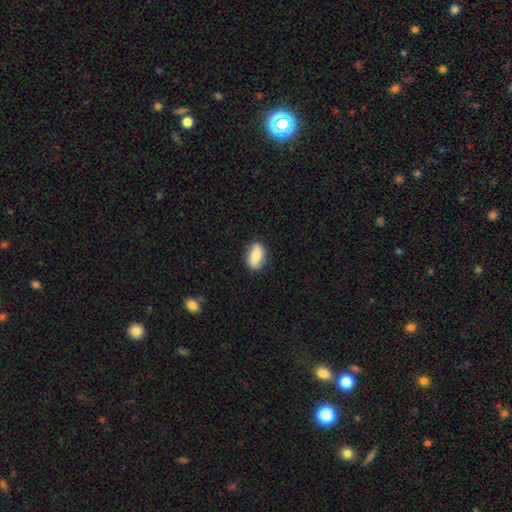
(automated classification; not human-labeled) This appears to be a smooth galaxy with no disk features (82%) that is in between round and cigar-shaped (86%). Merging: none (84%).